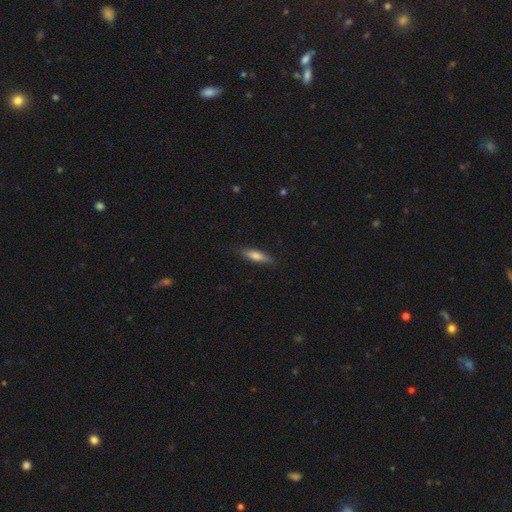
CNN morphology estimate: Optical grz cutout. It shows a smooth galaxy with no disk features (70%) that is cigar-shaped (69%). Merging: none (86%).